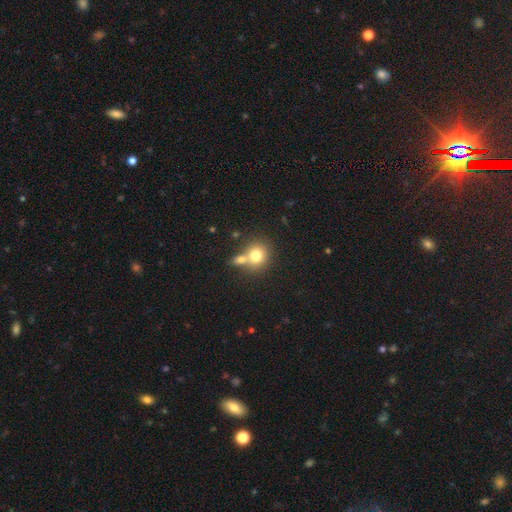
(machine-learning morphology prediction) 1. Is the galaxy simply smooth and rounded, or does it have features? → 76% smooth, 13% featured or disk, 11% star or artifact.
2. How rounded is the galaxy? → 80% round, 19% in between, 1% cigar-shaped.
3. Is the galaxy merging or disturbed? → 46% none, 41% merger, 9% minor disturbance, 4% major disturbance.